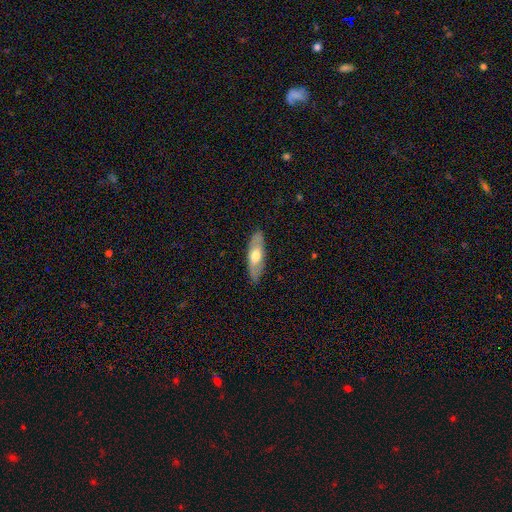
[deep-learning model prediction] Smooth or featured?
  - smooth: 54% *
  - featured or disk: 41%
  - star or artifact: 5%
How rounded?
  - in between: 59% *
  - cigar-shaped: 38%
  - round: 3%
Merging?
  - none: 86% *
  - minor disturbance: 11%
  - major disturbance: 2%
  - merger: 1%